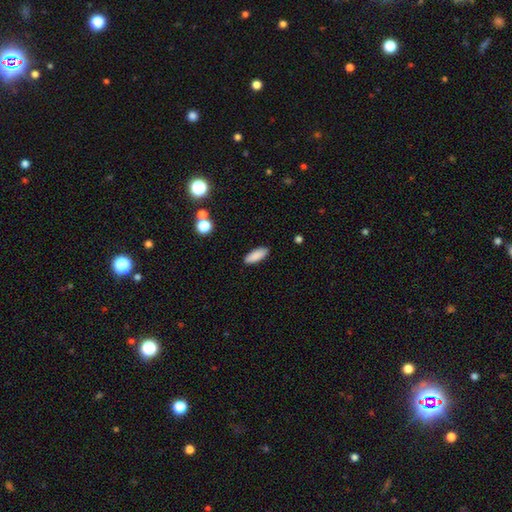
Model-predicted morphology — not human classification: Overall: smooth (88%). How rounded: in between (68%; cigar-shaped 30%). Merging: none (89%).